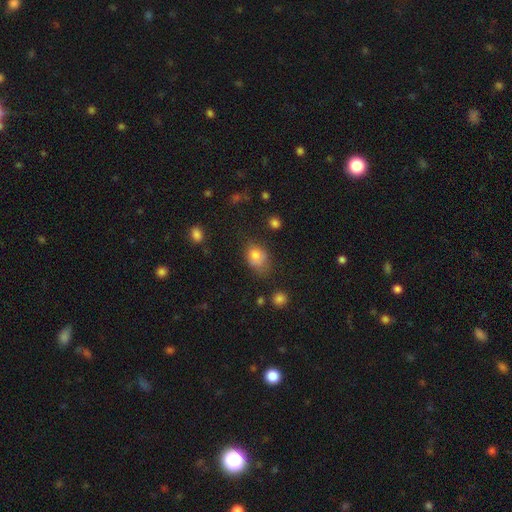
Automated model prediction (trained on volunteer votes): The model was most divided on "merging": none: 44%, minor disturbance: 33%, major disturbance: 16%, merger: 6%. More confident: smooth or featured — smooth (77%); how rounded — in between (58%).